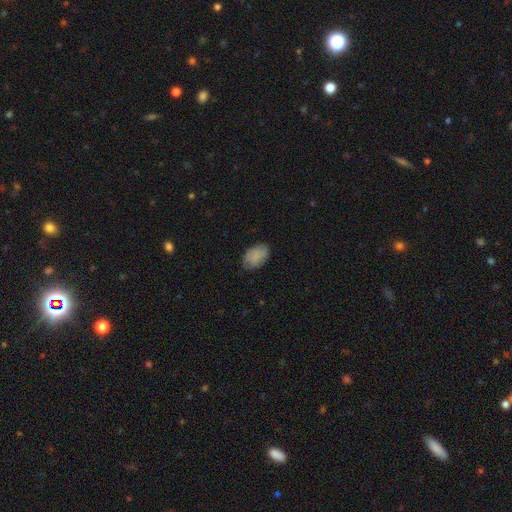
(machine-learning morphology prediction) smooth-or-featured: smooth: 81% | featured or disk: 11% | star or artifact: 7%
  how-rounded: in between: 90% | round: 9% | cigar-shaped: 1%
  merging: none: 78% | minor disturbance: 18% | major disturbance: 3% | merger: 1%